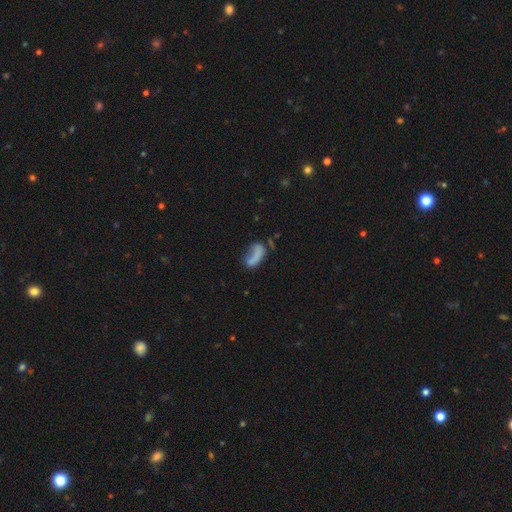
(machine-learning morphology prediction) Smooth or featured: smooth — 63% (featured or disk — 26%)
How rounded: in between — 81% (cigar-shaped — 12%)
Merging: major disturbance — 32% (none — 29%)